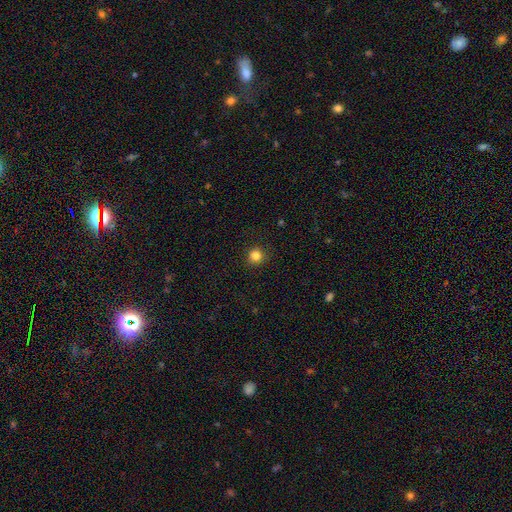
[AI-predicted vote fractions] This appears to be a smooth galaxy with no disk features (84%) that is round (94%). Merging: none (92%).